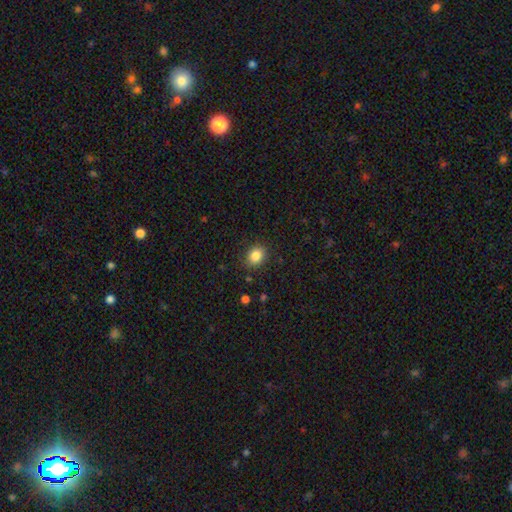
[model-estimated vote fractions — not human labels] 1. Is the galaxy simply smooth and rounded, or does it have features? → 85% smooth, 10% star or artifact, 5% featured or disk.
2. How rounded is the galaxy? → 50% round, 49% in between, 1% cigar-shaped.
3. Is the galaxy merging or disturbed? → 86% none, 10% minor disturbance, 3% major disturbance, 1% merger.